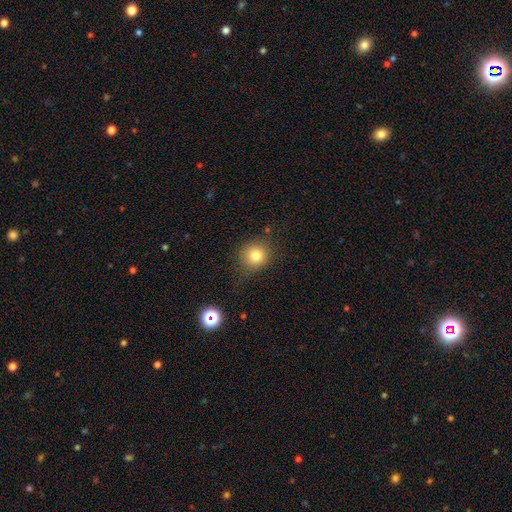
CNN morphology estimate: Q: Smooth or featured?
A: smooth (79%); runner-up: star or artifact (12%)
Q: How rounded?
A: round (87%); runner-up: in between (12%)
Q: Merging?
A: none (77%); runner-up: minor disturbance (16%)